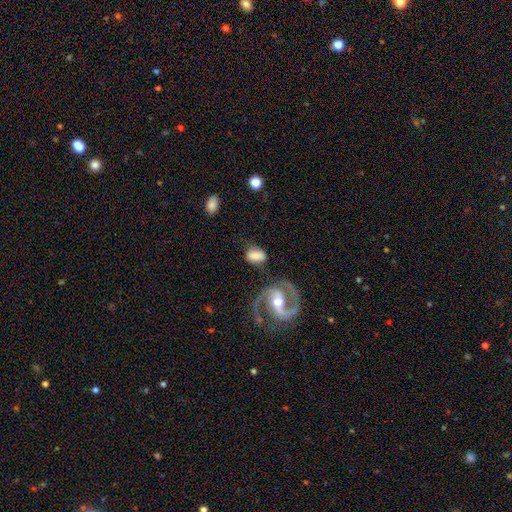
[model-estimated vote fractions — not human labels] Overall: smooth (56%; featured or disk 36%). How rounded: in between (84%). Merging: none (60%; minor disturbance 21%).